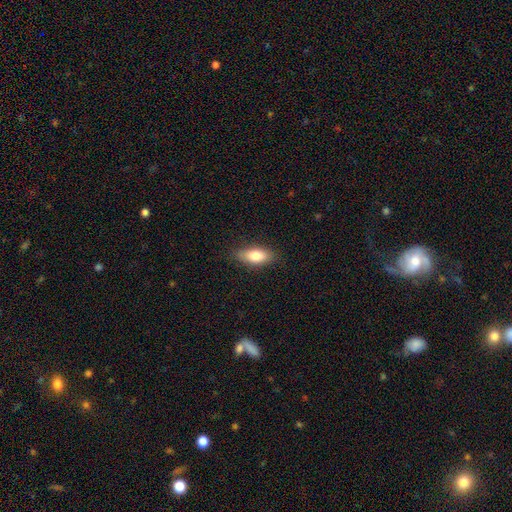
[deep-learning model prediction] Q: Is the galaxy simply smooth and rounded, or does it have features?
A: smooth — 79%.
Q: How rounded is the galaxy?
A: in between — 81%.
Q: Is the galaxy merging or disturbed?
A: none — 84%.